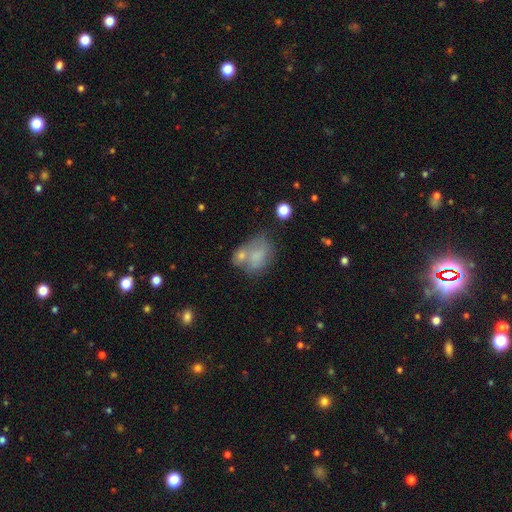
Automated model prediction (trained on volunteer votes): A smooth galaxy with no disk features (70%) that is in between round and cigar-shaped (68%). Merging: merger (43%).